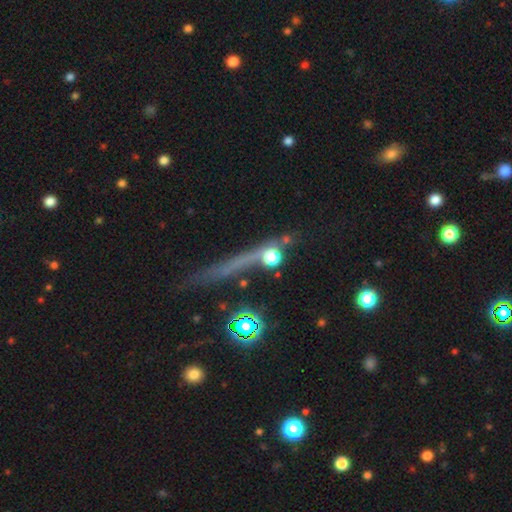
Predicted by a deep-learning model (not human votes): A featured or disk galaxy (36%).

Vote fractions:
- Smooth or featured? featured or disk: 36% / smooth: 35% / star or artifact: 28%
- Merging? none: 69% / minor disturbance: 14% / major disturbance: 9% / merger: 8%